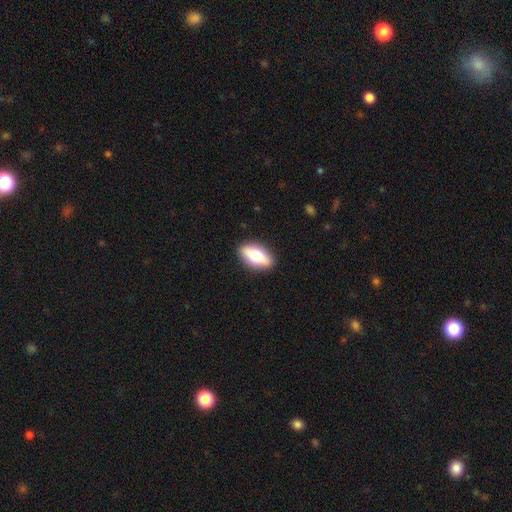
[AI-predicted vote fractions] smooth_or_featured: smooth (p=0.61) [alt: featured or disk p=0.33]
how_rounded: in between (p=0.80) [alt: cigar-shaped p=0.16]
merging: none (p=0.89) [alt: minor disturbance p=0.08]